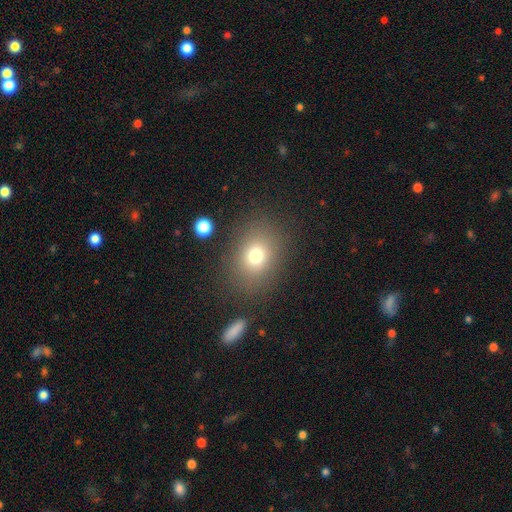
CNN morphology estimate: A smooth galaxy with no disk features (74%) that is round (51%).

Vote fractions:
- Smooth or featured? smooth: 74% / star or artifact: 15% / featured or disk: 11%
- How rounded? round: 51% / in between: 48% / cigar-shaped: 1%
- Merging? none: 82% / minor disturbance: 10% / major disturbance: 6% / merger: 2%